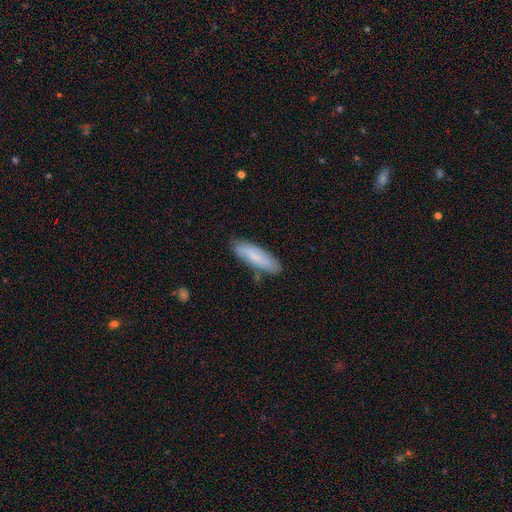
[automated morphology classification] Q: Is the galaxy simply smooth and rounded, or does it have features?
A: smooth — 72%.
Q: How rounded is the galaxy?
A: cigar-shaped — 62%.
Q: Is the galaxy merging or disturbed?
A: none — 83%.